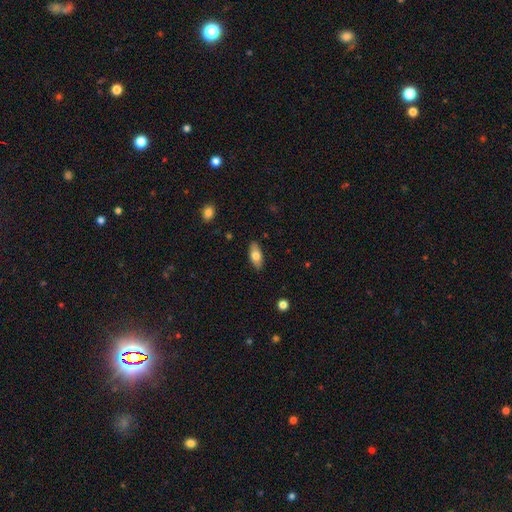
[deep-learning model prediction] Smooth or featured? Predicted: smooth (p=0.73). How rounded? Predicted: in between (p=0.85). Merging? Predicted: none (p=0.87).